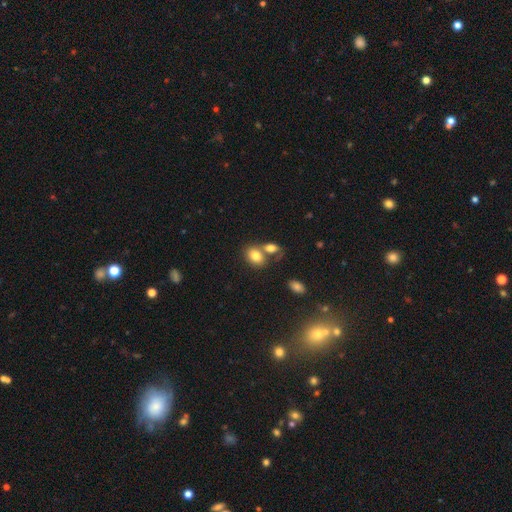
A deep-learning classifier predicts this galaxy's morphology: This is likely a smooth galaxy (79%). How rounded: likely in between (73%). Merging: marginally none (43%, tied with merger).